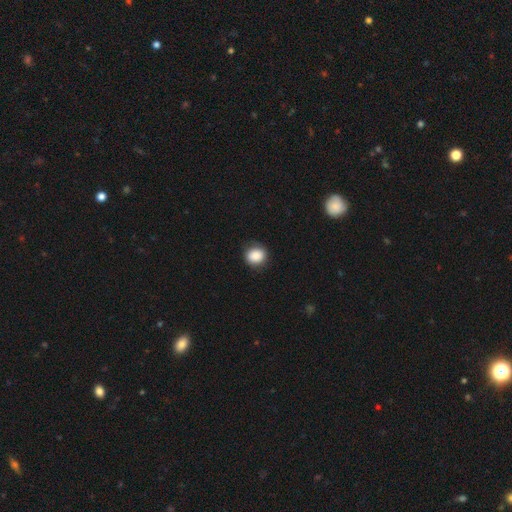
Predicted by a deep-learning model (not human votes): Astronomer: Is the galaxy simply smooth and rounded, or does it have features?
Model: smooth — 85%.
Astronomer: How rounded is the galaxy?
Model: round — 79%.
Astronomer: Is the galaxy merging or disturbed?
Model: none — 83%.